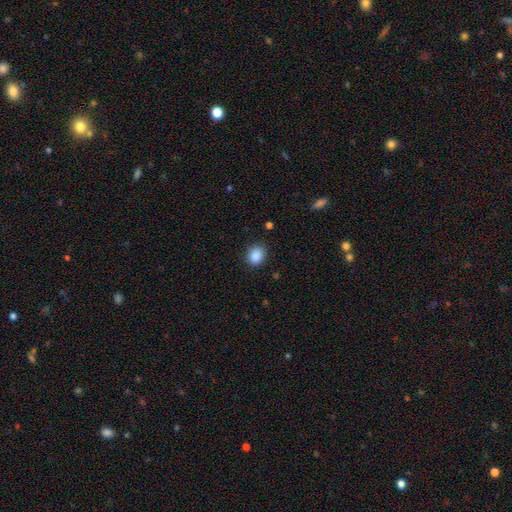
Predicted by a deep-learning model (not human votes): Smooth or featured?
  - smooth: 88% *
  - star or artifact: 9%
  - featured or disk: 3%
How rounded?
  - round: 58% *
  - in between: 41%
  - cigar-shaped: 1%
Merging?
  - none: 86% *
  - minor disturbance: 11%
  - major disturbance: 3%
  - merger: 1%